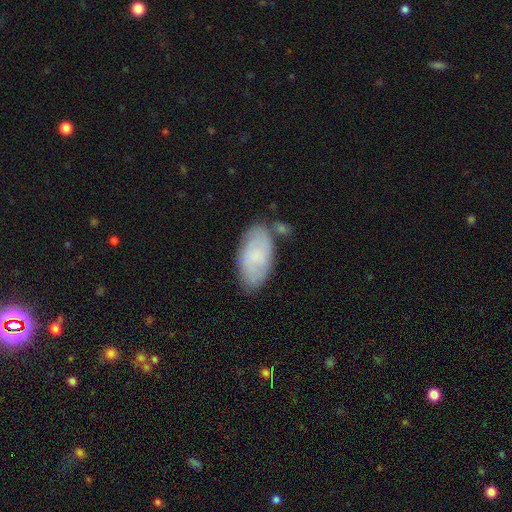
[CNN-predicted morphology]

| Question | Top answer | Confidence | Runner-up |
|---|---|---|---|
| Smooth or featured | smooth | 65% | featured or disk (28%) |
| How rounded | in between | 94% | cigar-shaped (4%) |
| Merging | none | 65% | minor disturbance (20%) |